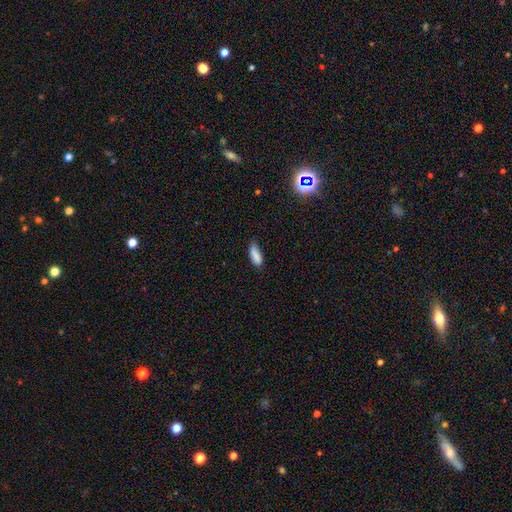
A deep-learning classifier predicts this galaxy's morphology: This appears to be a smooth galaxy with no disk features (85%) that is in between round and cigar-shaped (73%). Merging: none (66%).